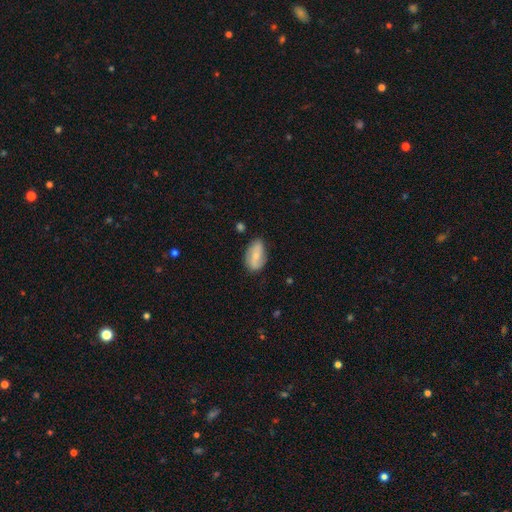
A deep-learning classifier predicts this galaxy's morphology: Smooth or featured: smooth — 54% (featured or disk — 38%)
How rounded: in between — 90% (round — 6%)
Merging: none — 69% (minor disturbance — 23%)